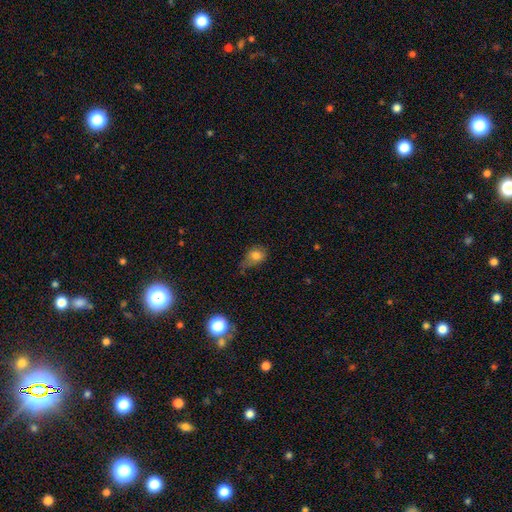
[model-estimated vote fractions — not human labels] Morphology: type=smooth (78%); roundness=in between (57%); merging=minor disturbance (39%).